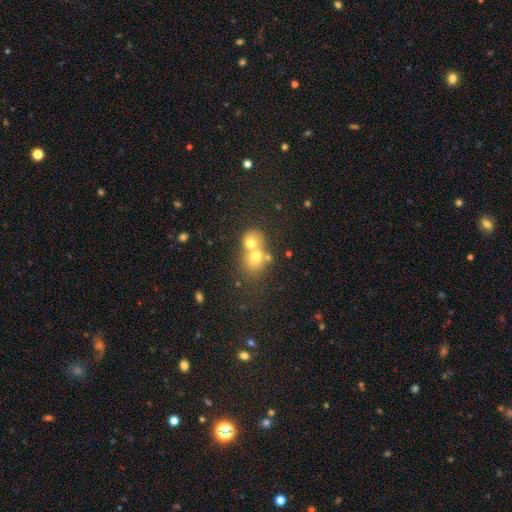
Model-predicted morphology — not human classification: Smooth or featured?
  - smooth: 58% *
  - featured or disk: 22%
  - star or artifact: 20%
How rounded?
  - round: 67% *
  - in between: 32%
  - cigar-shaped: 1%
Merging?
  - merger: 61% *
  - none: 29%
  - minor disturbance: 6%
  - major disturbance: 4%